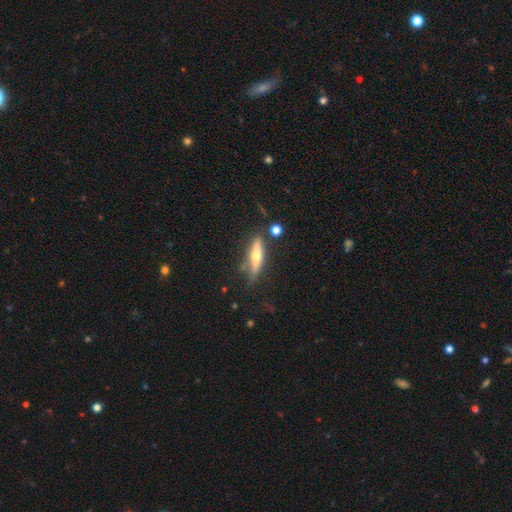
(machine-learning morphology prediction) Smooth or featured?
  - featured or disk: 57% *
  - smooth: 36%
  - star or artifact: 6%
Edge-on disk?
  - yes: 92% *
  - no: 8%
Edge-on bulge?
  - rounded: 91% *
  - none: 6%
  - boxy: 3%
Merging?
  - none: 75% *
  - minor disturbance: 15%
  - merger: 6%
  - major disturbance: 4%